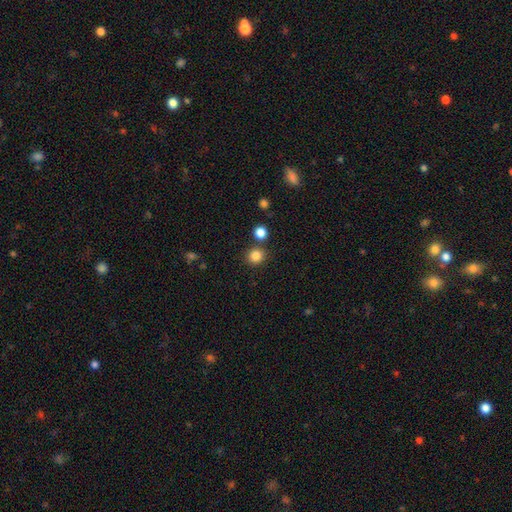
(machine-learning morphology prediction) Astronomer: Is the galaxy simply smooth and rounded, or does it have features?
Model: smooth — 84%.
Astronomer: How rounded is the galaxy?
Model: round — 87%.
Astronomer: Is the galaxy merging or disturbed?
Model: none — 81%.